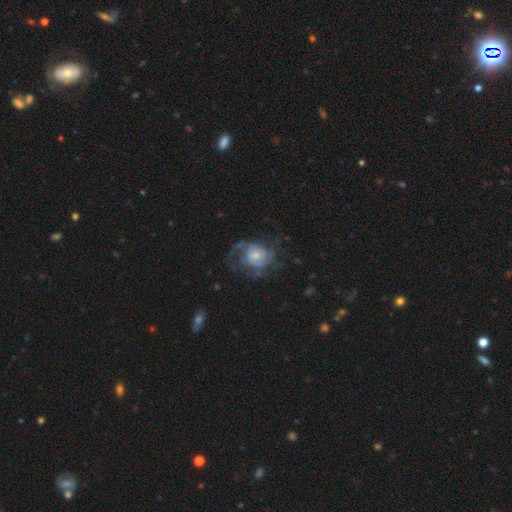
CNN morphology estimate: This is likely a featured or disk galaxy (73%). It is clearly not viewed edge-on (98%). Bar: likely no (72%). Spiral arm pattern: clearly yes (85%). Spiral arm count: marginally 2 (41%). Spiral winding: marginally medium (42%). Central bulge: possibly small (47%). Merging: possibly none (48%).